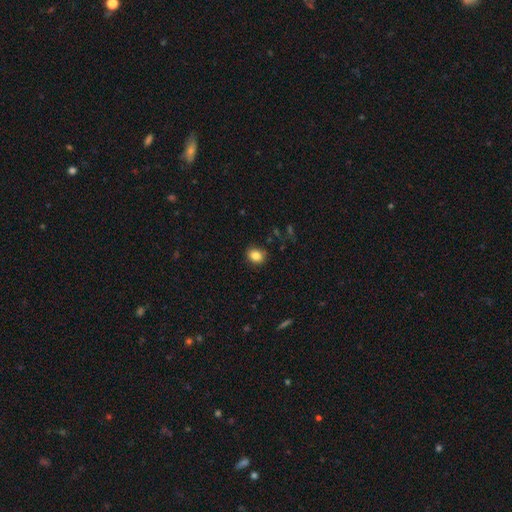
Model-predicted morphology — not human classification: Q: Smooth or featured?
A: smooth (85%); runner-up: star or artifact (10%)
Q: How rounded?
A: round (52%); runner-up: in between (47%)
Q: Merging?
A: none (87%); runner-up: minor disturbance (10%)